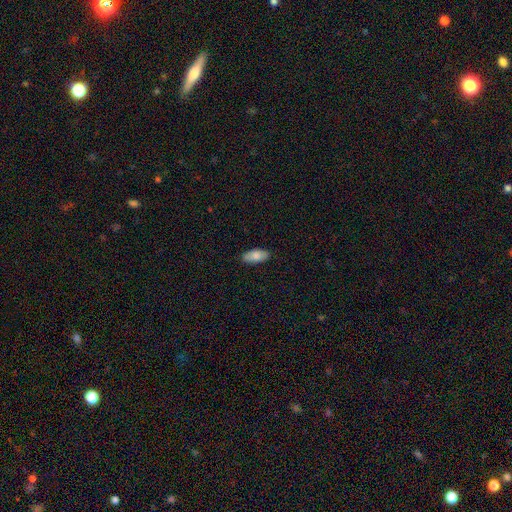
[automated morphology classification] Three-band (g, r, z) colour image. It shows a smooth galaxy with no disk features (82%) that is in between round and cigar-shaped (89%). Merging: none (87%).